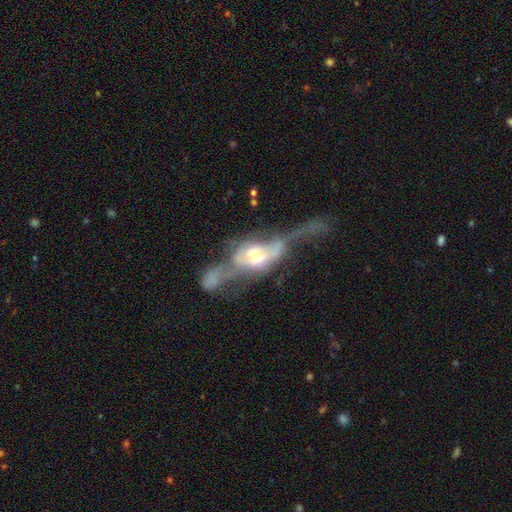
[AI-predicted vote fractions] featured or disk 68%, smooth 24%, star or artifact 8%. Down the decision tree: edge-on disk — no (72%); merging — major disturbance (44%).